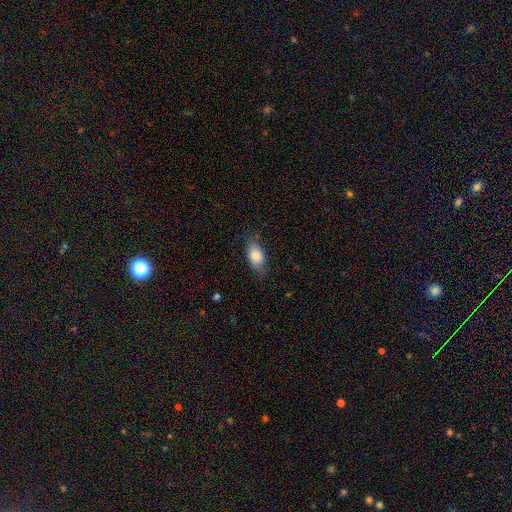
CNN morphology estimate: The model was most divided on "merging": none: 73%, minor disturbance: 20%, major disturbance: 5%, merger: 1%. More confident: how rounded — in between (88%); smooth or featured — smooth (82%).